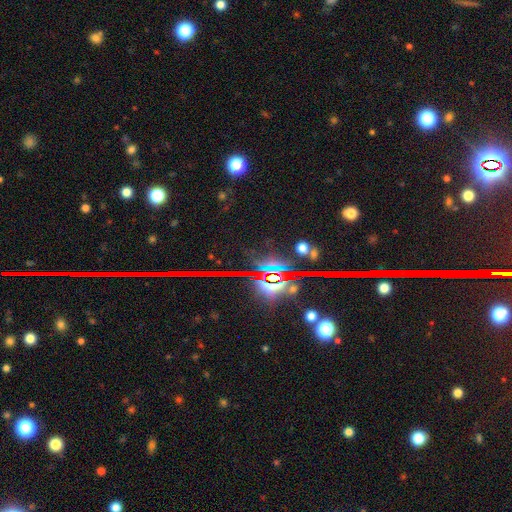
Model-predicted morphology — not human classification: This appears to be a star or artifact, not a galaxy (78%).